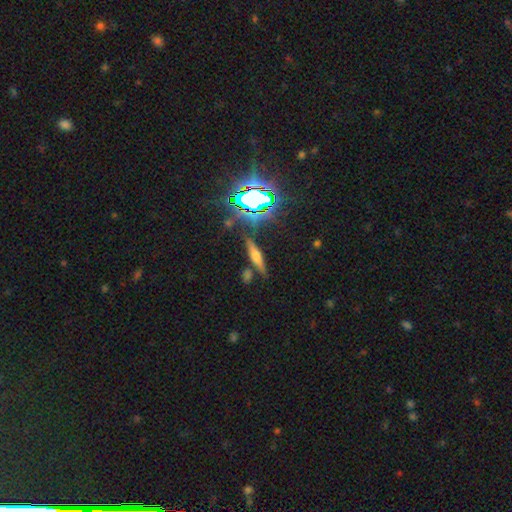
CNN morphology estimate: The model was most divided on "smooth or featured": featured or disk: 41%, smooth: 40%, star or artifact: 19%. More confident: merging — none (78%).